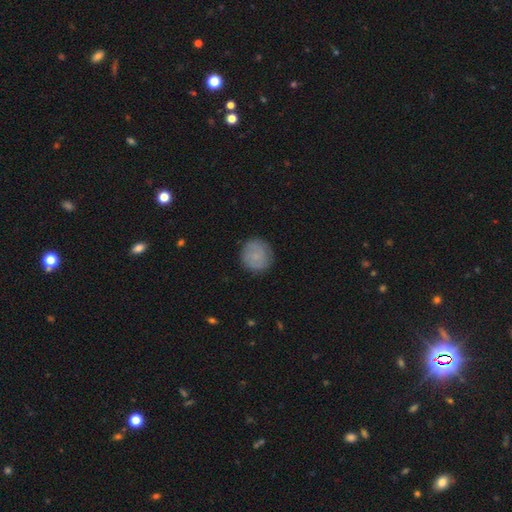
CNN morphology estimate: Q: Smooth or featured?
A: smooth (76%); runner-up: featured or disk (17%)
Q: How rounded?
A: round (92%); runner-up: in between (7%)
Q: Merging?
A: none (86%); runner-up: minor disturbance (10%)